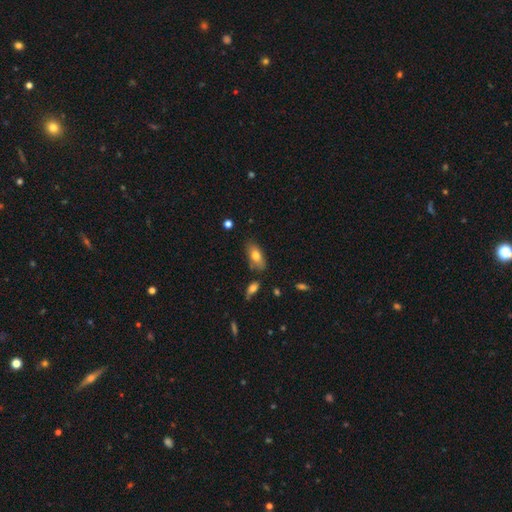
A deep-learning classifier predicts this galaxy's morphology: Smooth or featured? Predicted: smooth (p=0.74). How rounded? Predicted: in between (p=0.88). Merging? Predicted: none (p=0.73).